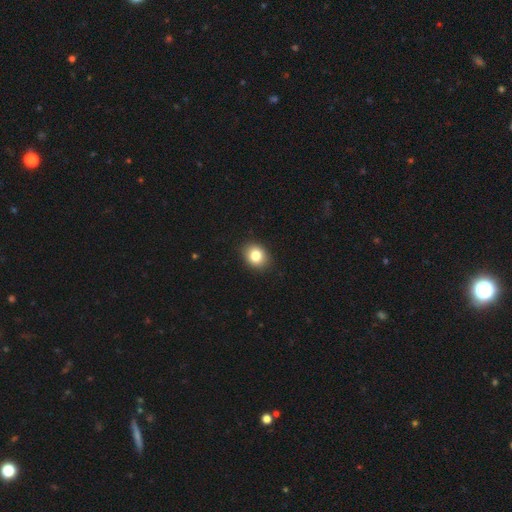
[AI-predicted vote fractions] smooth-or-featured: smooth: 83% | star or artifact: 10% | featured or disk: 7%
  how-rounded: round: 53% | in between: 47% | cigar-shaped: 1%
  merging: none: 90% | minor disturbance: 7% | major disturbance: 2% | merger: 1%